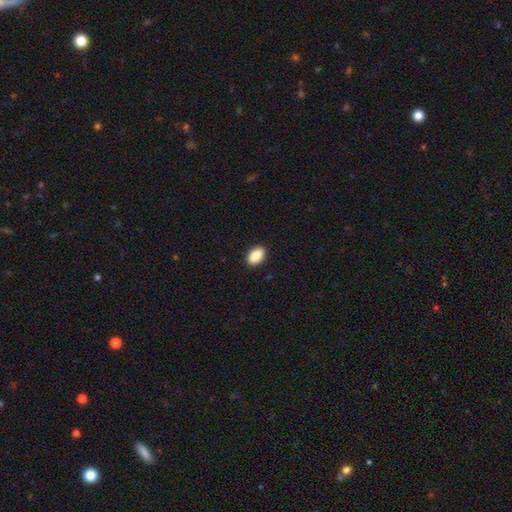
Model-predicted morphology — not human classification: This appears to be a smooth galaxy with no disk features (85%) that is in between round and cigar-shaped (89%). Merging: none (91%).